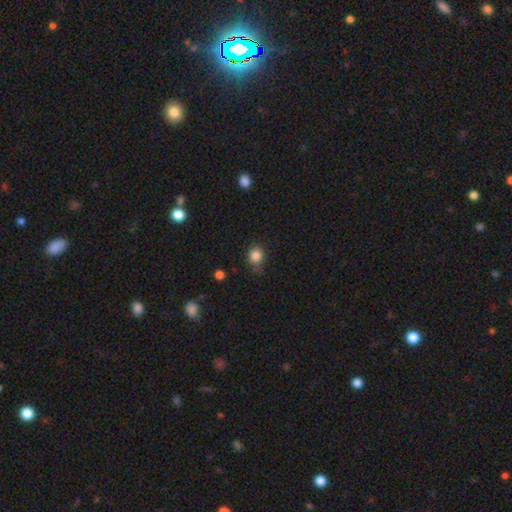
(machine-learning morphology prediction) smooth 84%, star or artifact 11%, featured or disk 5%. Down the decision tree: how rounded — round (76%); merging — none (64%).